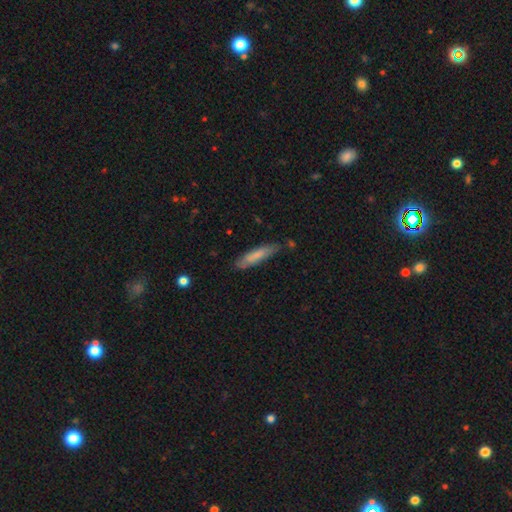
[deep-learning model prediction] Q: Smooth or featured?
A: smooth (71%); runner-up: featured or disk (23%)
Q: How rounded?
A: cigar-shaped (80%); runner-up: in between (19%)
Q: Merging?
A: none (77%); runner-up: minor disturbance (17%)